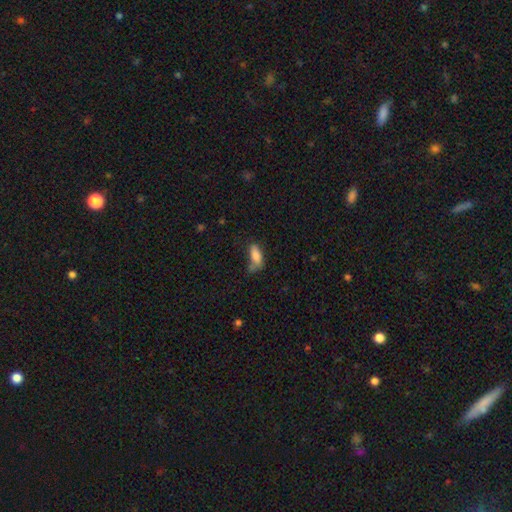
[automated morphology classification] Smooth or featured?
  - smooth: 82% *
  - featured or disk: 9%
  - star or artifact: 8%
How rounded?
  - in between: 83% *
  - cigar-shaped: 14%
  - round: 3%
Merging?
  - none: 44% *
  - minor disturbance: 29%
  - major disturbance: 15%
  - merger: 12%